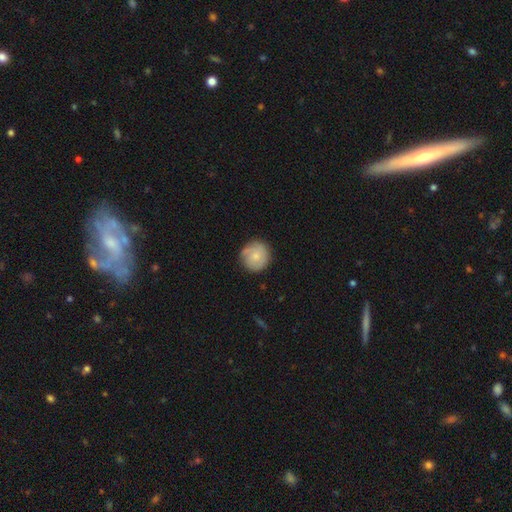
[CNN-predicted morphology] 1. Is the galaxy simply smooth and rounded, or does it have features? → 60% smooth, 33% featured or disk, 7% star or artifact.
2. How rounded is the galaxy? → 92% round, 7% in between, 1% cigar-shaped.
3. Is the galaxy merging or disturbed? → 78% none, 16% minor disturbance, 4% major disturbance, 1% merger.